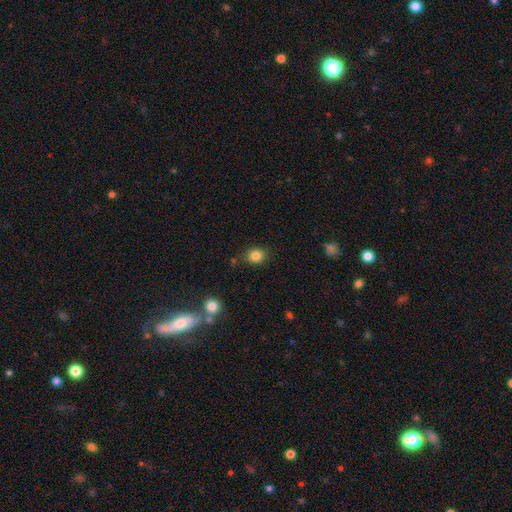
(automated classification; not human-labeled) Smooth or featured? Predicted: smooth (p=0.84). How rounded? Predicted: round (p=0.69). Merging? Predicted: none (p=0.83).